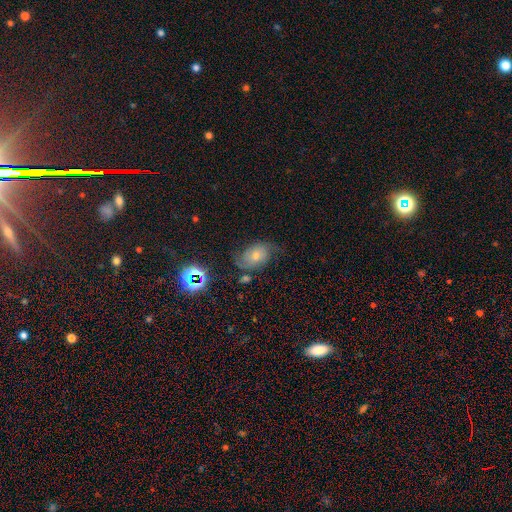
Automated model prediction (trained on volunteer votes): smooth_or_featured: featured or disk (p=0.55) [alt: smooth p=0.29]
disk_edge_on: no (p=0.96) [alt: yes p=0.04]
bar: no (p=0.73) [alt: weak p=0.22]
has_spiral_arms: yes (p=0.89) [alt: no p=0.11]
bulge_size: moderate (p=0.49) [alt: small p=0.39]
merging: none (p=0.56) [alt: minor disturbance p=0.24]